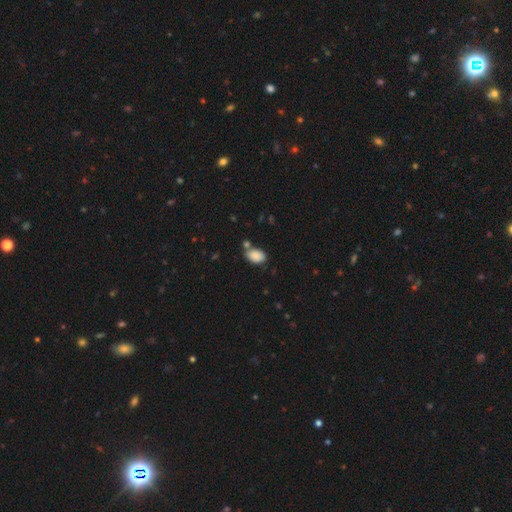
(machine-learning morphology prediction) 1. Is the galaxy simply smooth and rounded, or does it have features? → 88% smooth, 8% star or artifact, 5% featured or disk.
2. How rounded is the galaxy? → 88% in between, 11% round, 1% cigar-shaped.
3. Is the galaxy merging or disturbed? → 64% none, 16% minor disturbance, 16% merger, 4% major disturbance.